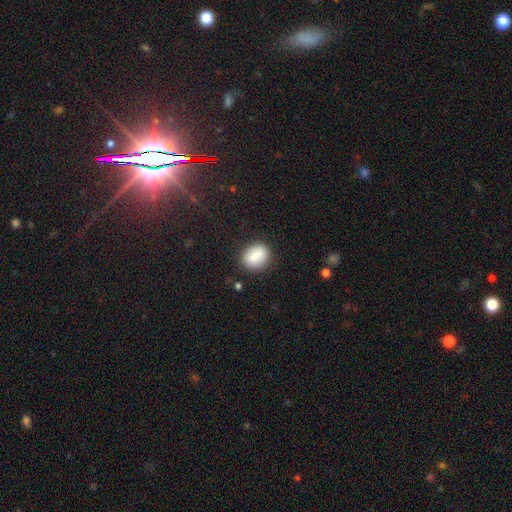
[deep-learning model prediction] Q: Smooth or featured?
A: smooth (85%); runner-up: featured or disk (8%)
Q: How rounded?
A: in between (60%); runner-up: round (38%)
Q: Merging?
A: none (83%); runner-up: minor disturbance (11%)